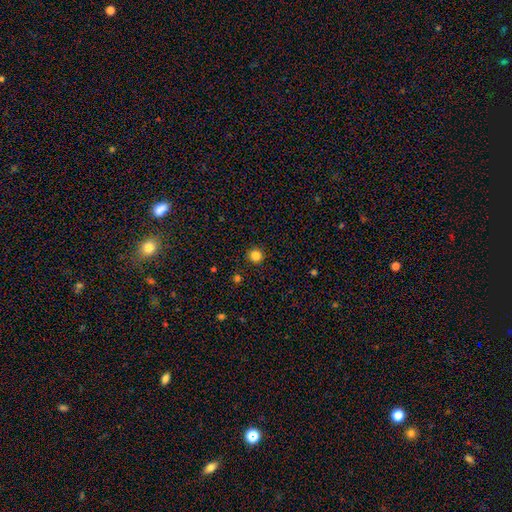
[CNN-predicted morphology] A smooth galaxy with no disk features (83%) that is round (95%).

Vote fractions:
- Smooth or featured? smooth: 83% / star or artifact: 12% / featured or disk: 4%
- How rounded? round: 95% / in between: 4% / cigar-shaped: 1%
- Merging? none: 93% / minor disturbance: 5% / major disturbance: 2% / merger: 1%